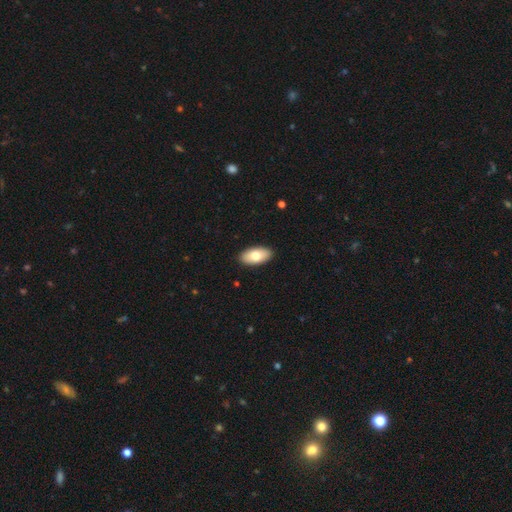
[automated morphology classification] Smooth or featured?
  - smooth: 76% *
  - featured or disk: 18%
  - star or artifact: 6%
How rounded?
  - in between: 94% *
  - cigar-shaped: 3%
  - round: 3%
Merging?
  - none: 90% *
  - minor disturbance: 7%
  - major disturbance: 2%
  - merger: 1%